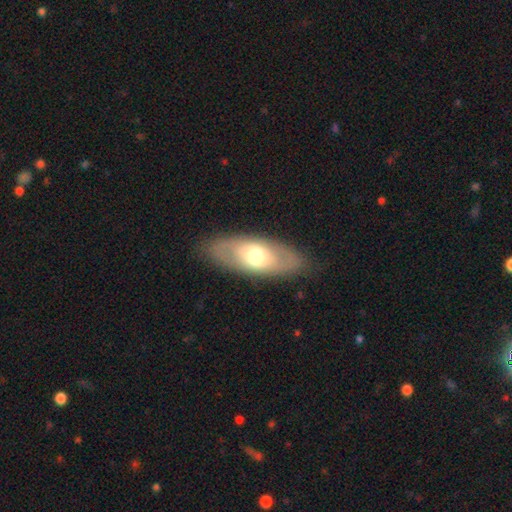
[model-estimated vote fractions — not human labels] A smooth galaxy with no disk features (51%) that is in between round and cigar-shaped (85%). Merging: none (84%).